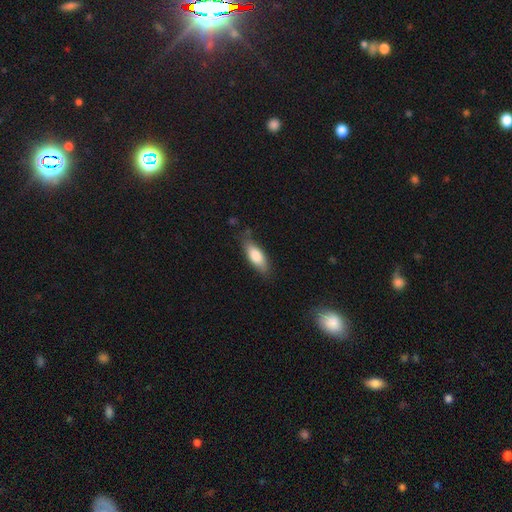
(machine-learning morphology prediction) This appears to be a smooth galaxy with no disk features (78%) that is in between round and cigar-shaped (69%). Merging: none (75%).